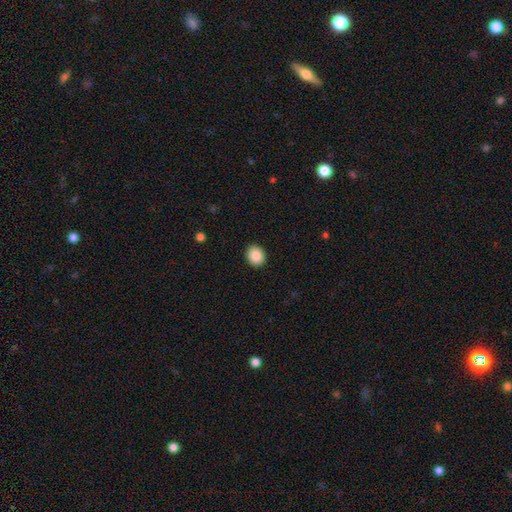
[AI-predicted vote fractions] The model was most divided on "how rounded": round: 70%, in between: 29%, cigar-shaped: 1%. More confident: merging — none (92%); smooth or featured — smooth (89%).